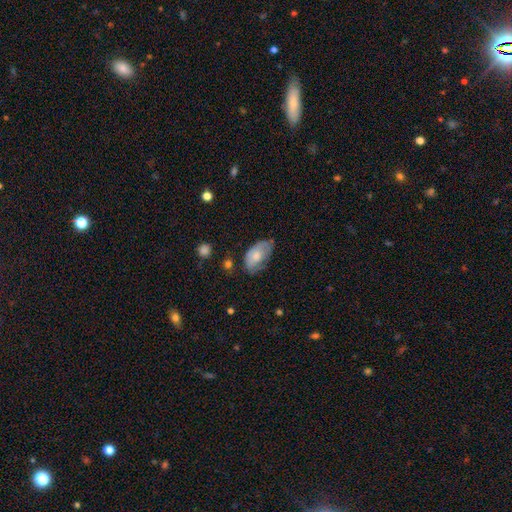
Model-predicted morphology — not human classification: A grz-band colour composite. It shows a smooth galaxy with no disk features (67%) that is in between round and cigar-shaped (93%). Merging: none (48%).